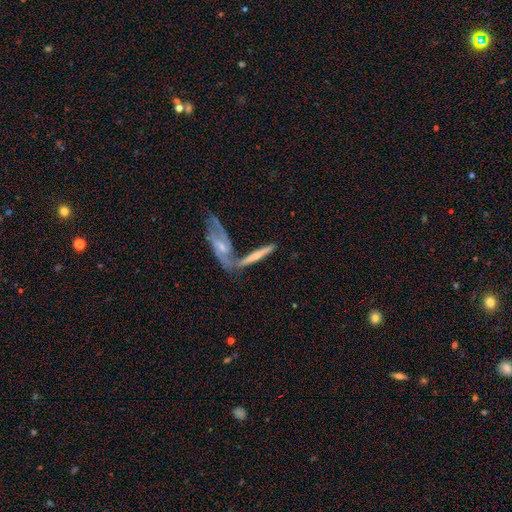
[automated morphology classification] smooth-or-featured: featured or disk: 59% | smooth: 35% | star or artifact: 6%
  disk-edge-on: yes: 69% | no: 31%
  merging: none: 43% | merger: 39% | minor disturbance: 12% | major disturbance: 5%